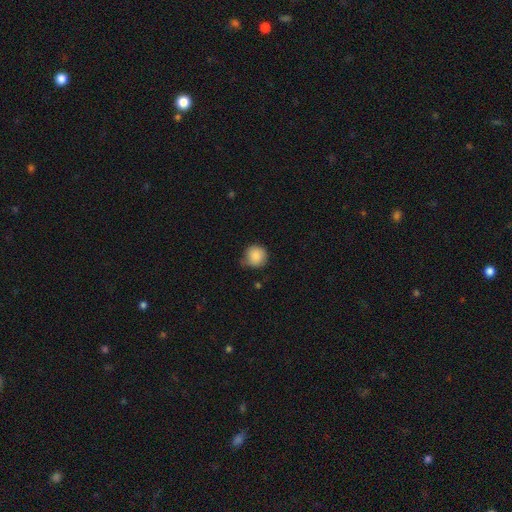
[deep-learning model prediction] This is clearly a smooth galaxy (88%). How rounded: clearly round (92%). Merging: likely none (63%).